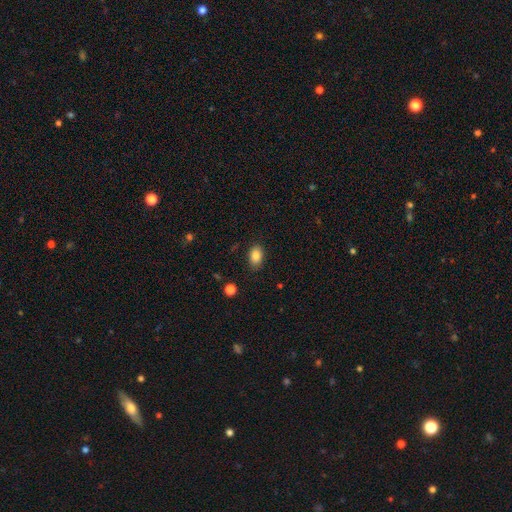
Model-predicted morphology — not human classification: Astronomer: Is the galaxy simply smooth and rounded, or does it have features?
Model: smooth — 85%.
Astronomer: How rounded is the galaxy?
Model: in between — 83%.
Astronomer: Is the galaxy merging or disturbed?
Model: none — 85%.